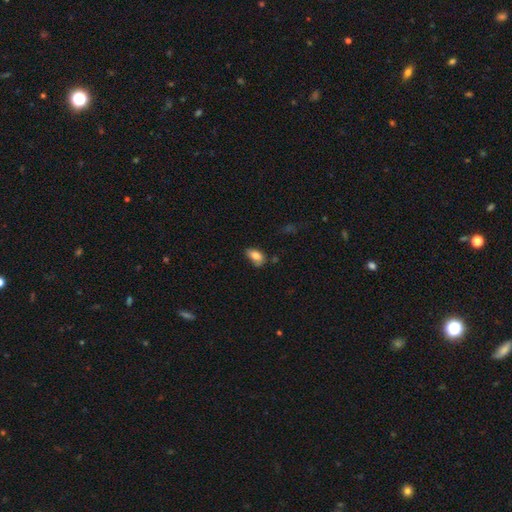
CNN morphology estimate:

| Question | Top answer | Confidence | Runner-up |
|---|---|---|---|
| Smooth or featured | smooth | 82% | featured or disk (10%) |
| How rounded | in between | 92% | round (6%) |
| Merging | none | 57% | minor disturbance (31%) |